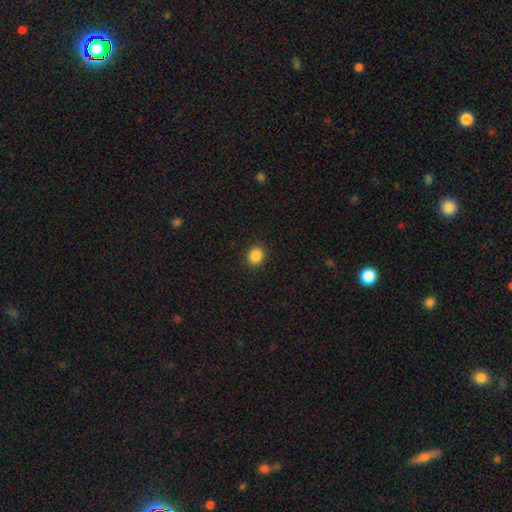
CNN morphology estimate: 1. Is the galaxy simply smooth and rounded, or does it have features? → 87% smooth, 10% star or artifact, 3% featured or disk.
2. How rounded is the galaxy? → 72% round, 27% in between, 1% cigar-shaped.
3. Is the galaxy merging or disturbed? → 91% none, 6% minor disturbance, 2% major disturbance, 1% merger.